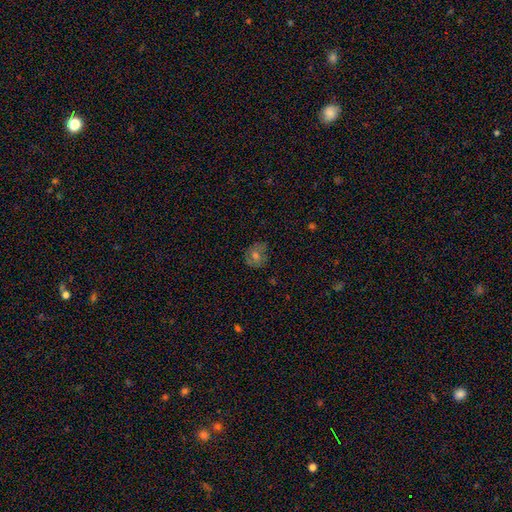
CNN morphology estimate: Smooth or featured? Predicted: smooth (p=0.53). How rounded? Predicted: round (p=0.74). Merging? Predicted: none (p=0.74).